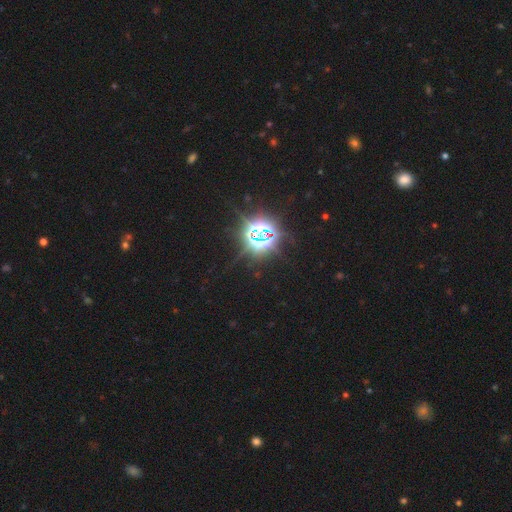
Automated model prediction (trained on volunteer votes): star or artifact 84%, smooth 9%, featured or disk 7%.